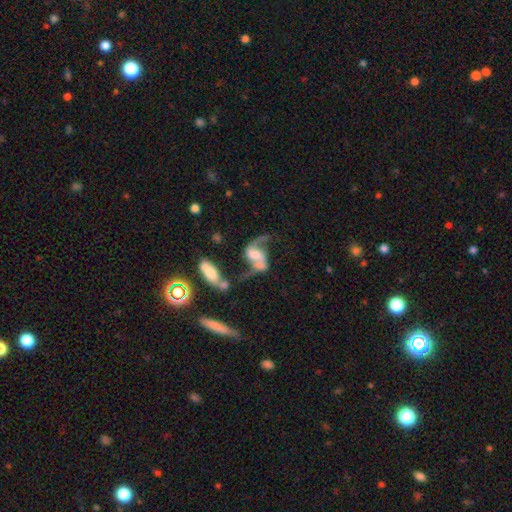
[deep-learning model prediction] Smooth or featured: featured or disk — 84% (smooth — 9%)
Edge-on disk: no — 96% (yes — 4%)
Bar: weak — 42% (no — 37%)
Spiral arms: yes — 93% (no — 7%)
Spiral winding: loose — 76% (medium — 20%)
Spiral arm count: 2 — 91% (1 — 4%)
Bulge size: none — 32% (moderate — 27%)
Merging: none — 40% (merger — 25%)